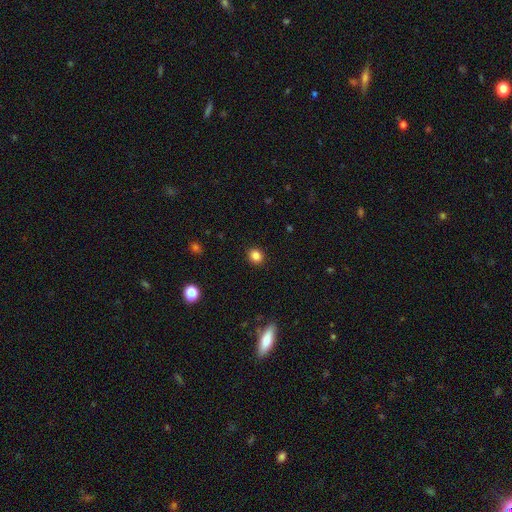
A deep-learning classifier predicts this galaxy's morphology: Smooth or featured?
  - smooth: 84% *
  - star or artifact: 11%
  - featured or disk: 4%
How rounded?
  - round: 75% *
  - in between: 24%
  - cigar-shaped: 1%
Merging?
  - none: 91% *
  - minor disturbance: 6%
  - major disturbance: 2%
  - merger: 1%